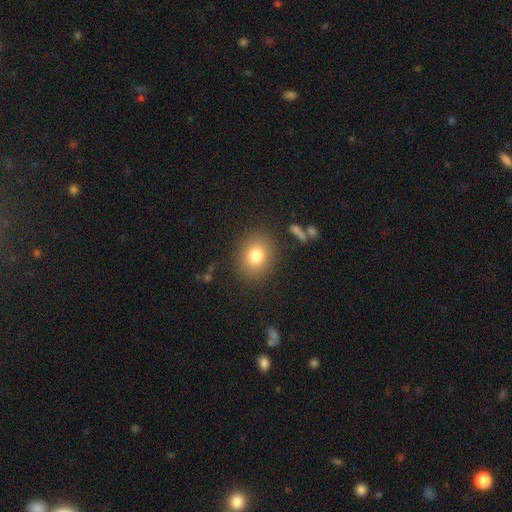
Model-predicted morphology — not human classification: This appears to be a smooth galaxy with no disk features (79%) that is round (64%). Merging: none (85%).